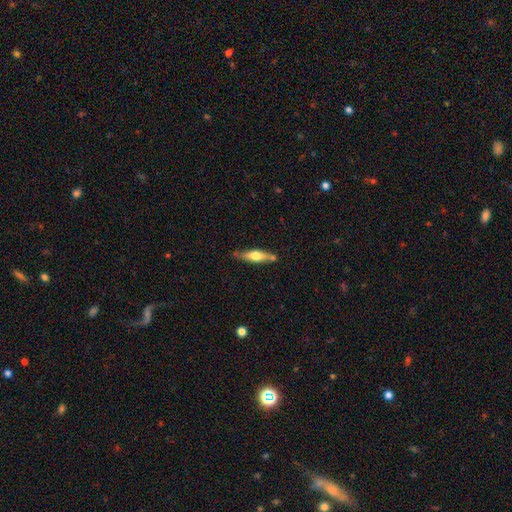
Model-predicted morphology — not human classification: smooth-or-featured: featured or disk: 49% | smooth: 46% | star or artifact: 5%
  merging: none: 73% | minor disturbance: 17% | merger: 7% | major disturbance: 3%